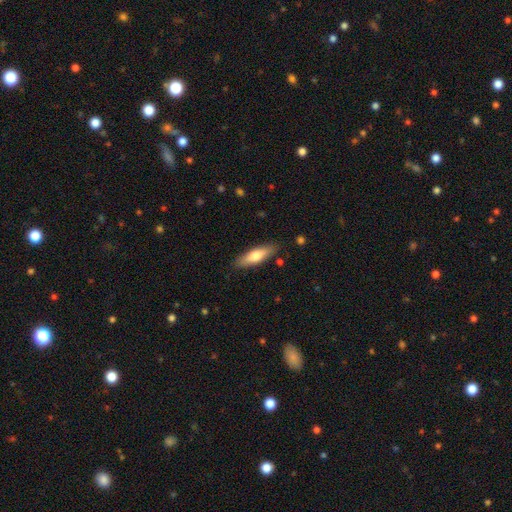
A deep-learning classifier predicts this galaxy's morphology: This is likely a smooth galaxy (66%). How rounded: possibly cigar-shaped (54%). Merging: clearly none (86%).